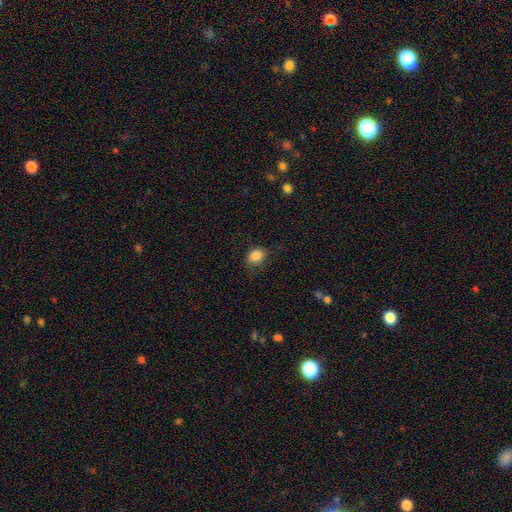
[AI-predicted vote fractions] Smooth or featured?
  - smooth: 86% *
  - star or artifact: 9%
  - featured or disk: 4%
How rounded?
  - in between: 54% *
  - round: 45%
  - cigar-shaped: 1%
Merging?
  - none: 76% *
  - minor disturbance: 18%
  - major disturbance: 5%
  - merger: 1%